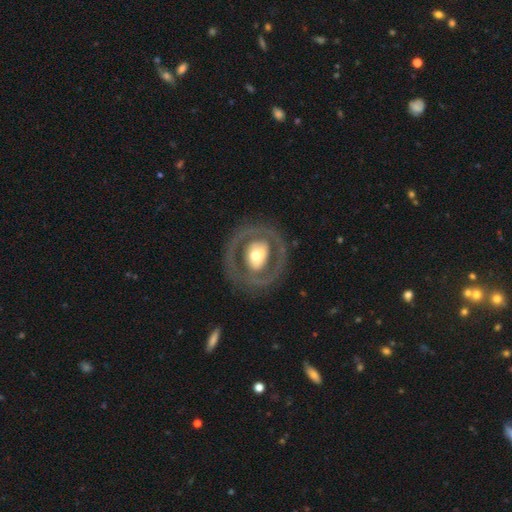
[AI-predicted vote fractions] The model was most divided on "bar": no: 56%, weak: 23%, strong: 21%. More confident: edge-on disk — no (94%); merging — none (77%); spiral arms — no (73%); smooth or featured — featured or disk (67%); bulge size — moderate (58%).